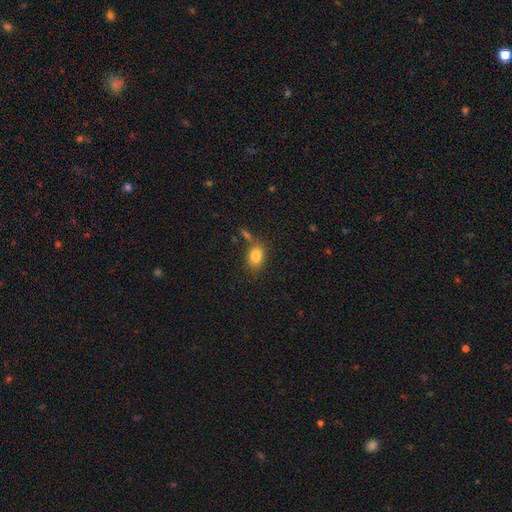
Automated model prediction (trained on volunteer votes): A smooth galaxy with no disk features (83%) that is in between round and cigar-shaped (72%).

Vote fractions:
- Smooth or featured? smooth: 83% / star or artifact: 9% / featured or disk: 8%
- How rounded? in between: 72% / round: 27% / cigar-shaped: 1%
- Merging? none: 67% / minor disturbance: 15% / merger: 13% / major disturbance: 5%